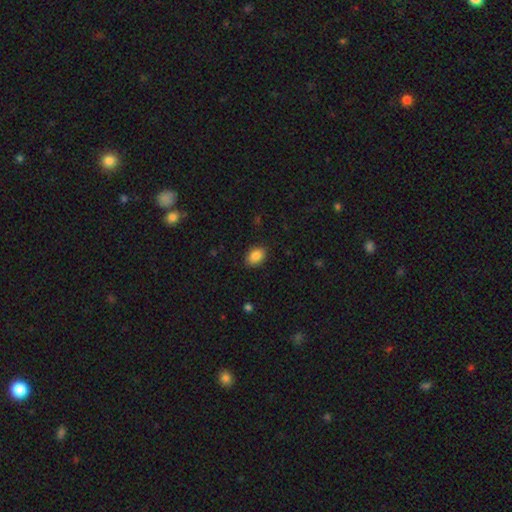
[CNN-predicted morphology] A smooth galaxy with no disk features (87%) that is in between round and cigar-shaped (80%).

Vote fractions:
- Smooth or featured? smooth: 87% / star or artifact: 8% / featured or disk: 5%
- How rounded? in between: 80% / round: 19% / cigar-shaped: 1%
- Merging? none: 87% / minor disturbance: 9% / major disturbance: 2% / merger: 1%